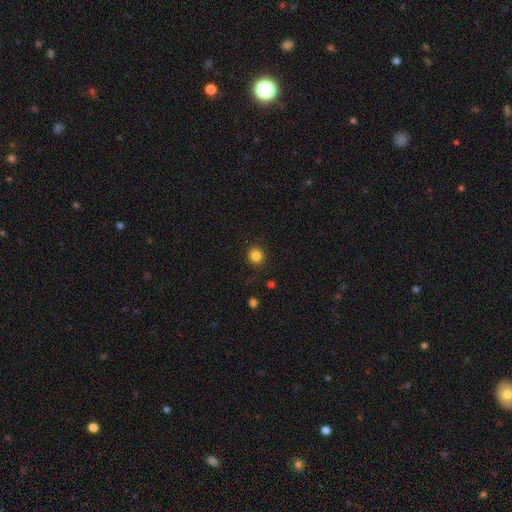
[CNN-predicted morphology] This appears to be a smooth galaxy with no disk features (84%) that is round (89%). Merging: none (90%).